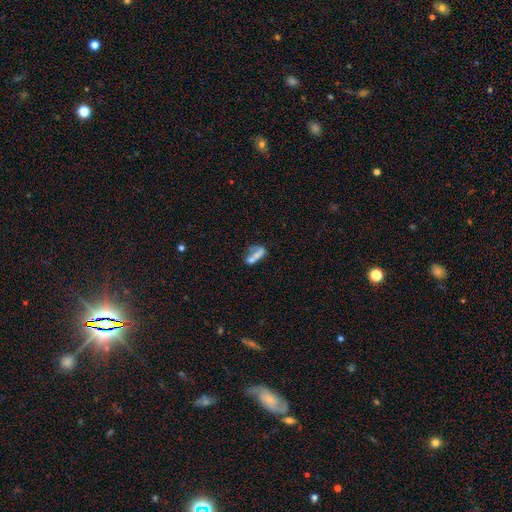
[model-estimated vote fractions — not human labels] smooth-or-featured: smooth: 55% | featured or disk: 33% | star or artifact: 12%
  how-rounded: in between: 69% | cigar-shaped: 20% | round: 11%
  merging: merger: 51% | none: 22% | major disturbance: 15% | minor disturbance: 11%